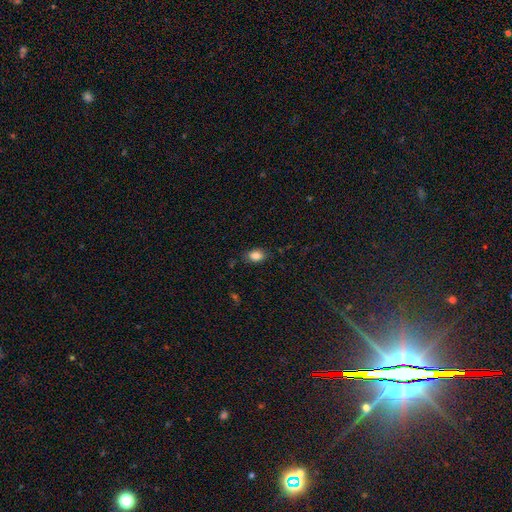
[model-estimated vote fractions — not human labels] A smooth galaxy with no disk features (85%) that is in between round and cigar-shaped (78%). Merging: none (79%).